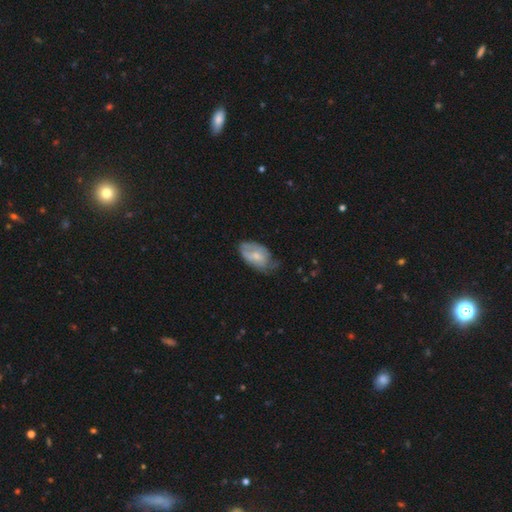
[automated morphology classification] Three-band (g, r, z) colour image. It shows a smooth galaxy with no disk features (47%). Merging: none (46%).